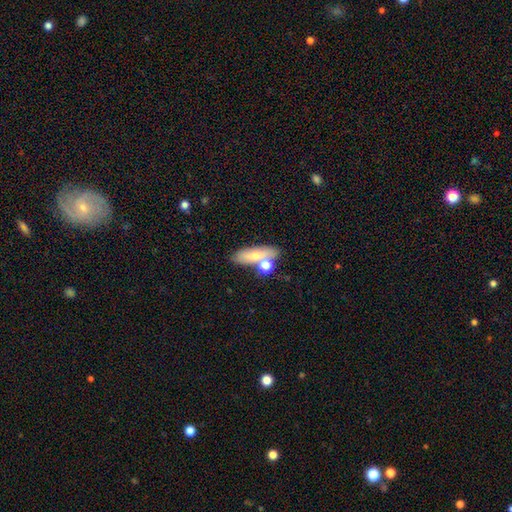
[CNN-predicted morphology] This appears to be a smooth galaxy with no disk features (67%) that is in between round and cigar-shaped (57%). Merging: none (58%).